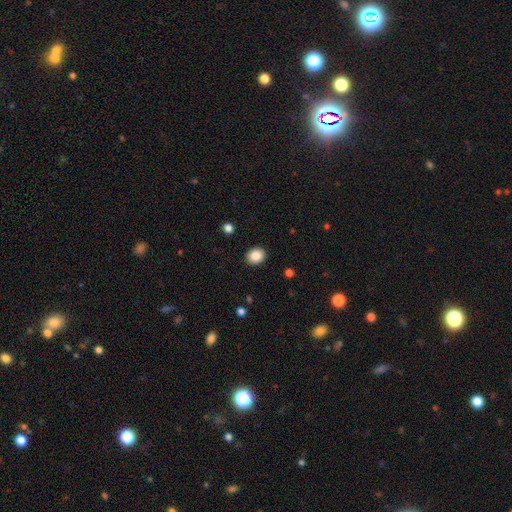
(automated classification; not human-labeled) Morphology: type=smooth (87%); roundness=round (56%); merging=none (90%).